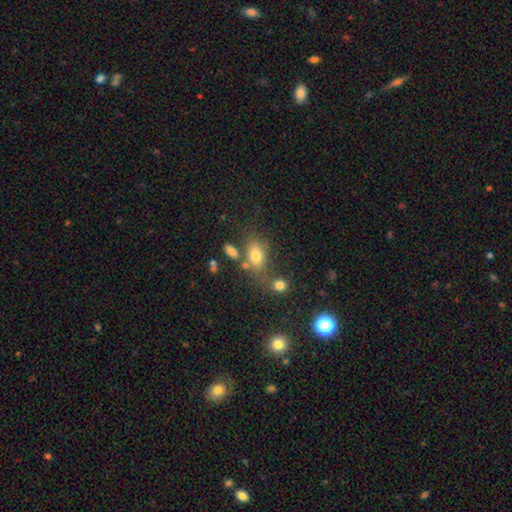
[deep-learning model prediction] Smooth or featured?
  - smooth: 74% *
  - featured or disk: 13%
  - star or artifact: 12%
How rounded?
  - in between: 80% *
  - round: 16%
  - cigar-shaped: 4%
Merging?
  - none: 54% *
  - merger: 22%
  - minor disturbance: 16%
  - major disturbance: 8%